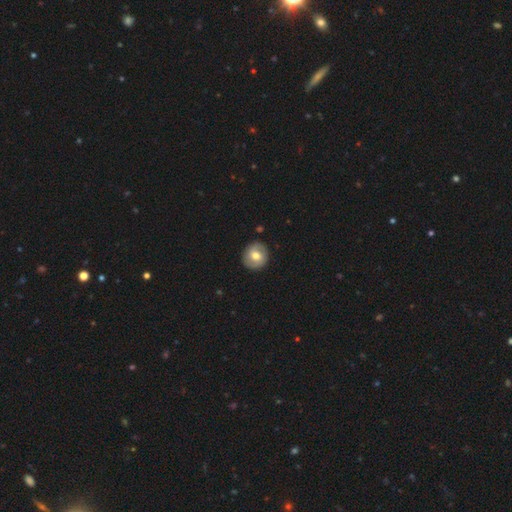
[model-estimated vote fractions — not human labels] This appears to be a smooth galaxy with no disk features (56%) that is round (87%). Merging: none (87%).